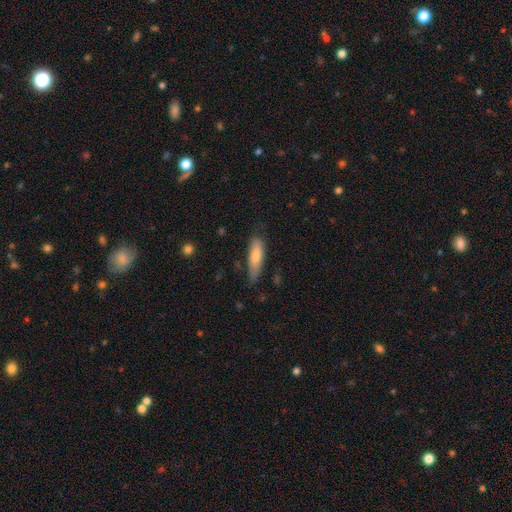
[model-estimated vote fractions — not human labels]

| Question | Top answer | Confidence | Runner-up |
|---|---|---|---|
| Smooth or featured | smooth | 63% | featured or disk (29%) |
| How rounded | cigar-shaped | 72% | in between (26%) |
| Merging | none | 73% | minor disturbance (21%) |